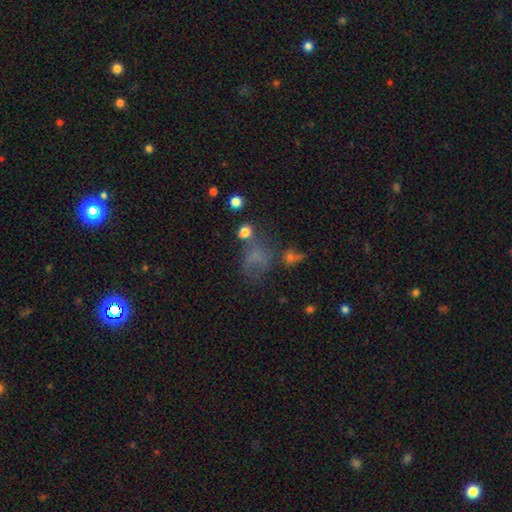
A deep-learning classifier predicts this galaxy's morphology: A smooth galaxy with no disk features (51%) that is in between round and cigar-shaped (58%). Merging: none (39%).